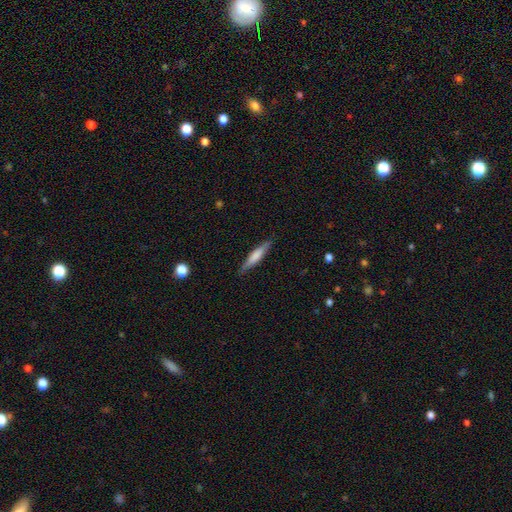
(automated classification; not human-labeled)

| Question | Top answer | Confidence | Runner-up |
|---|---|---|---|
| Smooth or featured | smooth | 62% | featured or disk (33%) |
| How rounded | cigar-shaped | 86% | in between (12%) |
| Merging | none | 87% | minor disturbance (10%) |